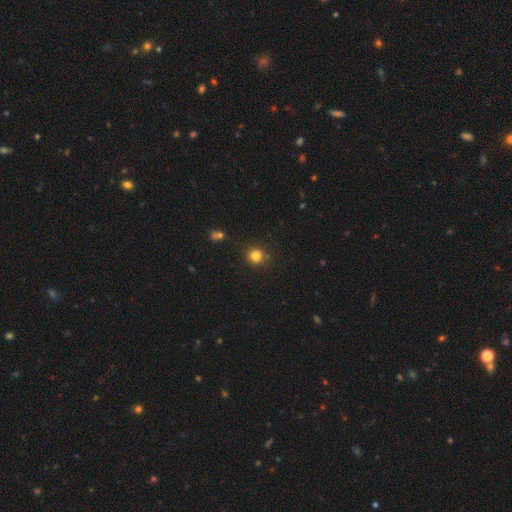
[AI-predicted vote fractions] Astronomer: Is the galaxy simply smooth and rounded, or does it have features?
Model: smooth — 82%.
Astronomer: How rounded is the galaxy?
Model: round — 92%.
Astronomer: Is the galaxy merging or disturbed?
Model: none — 85%.